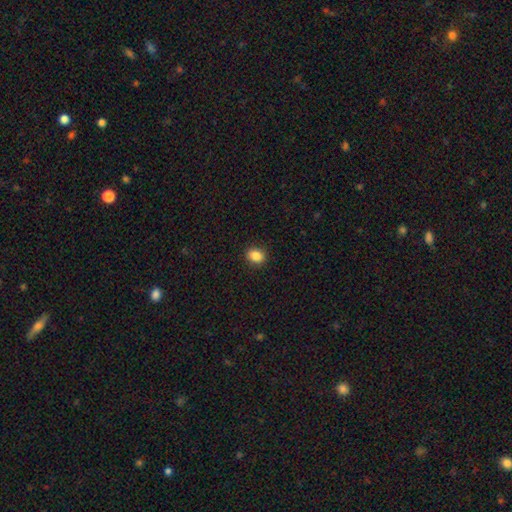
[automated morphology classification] A smooth galaxy with no disk features (87%) that is round (51%). Merging: none (90%).